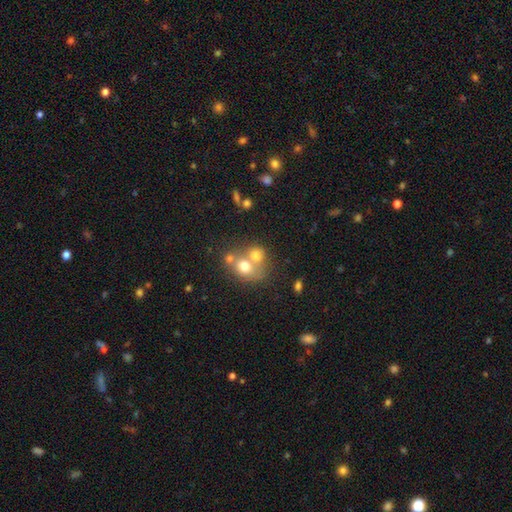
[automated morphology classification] smooth_or_featured: smooth (p=0.69) [alt: featured or disk p=0.19]
how_rounded: round (p=0.66) [alt: in between p=0.32]
merging: merger (p=0.58) [alt: none p=0.30]